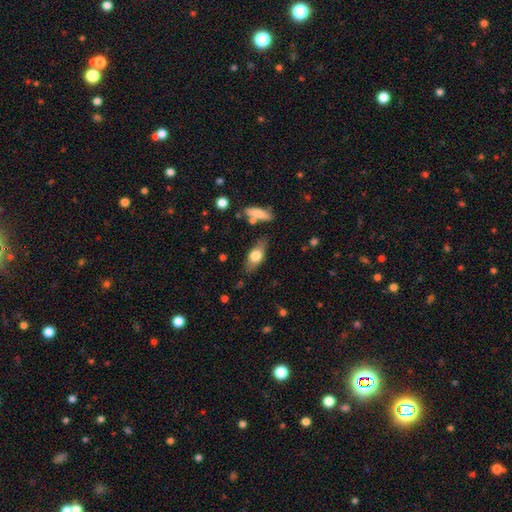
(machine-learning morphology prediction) smooth 69%, featured or disk 24%, star or artifact 7%. Down the decision tree: how rounded — in between (80%); merging — none (75%).